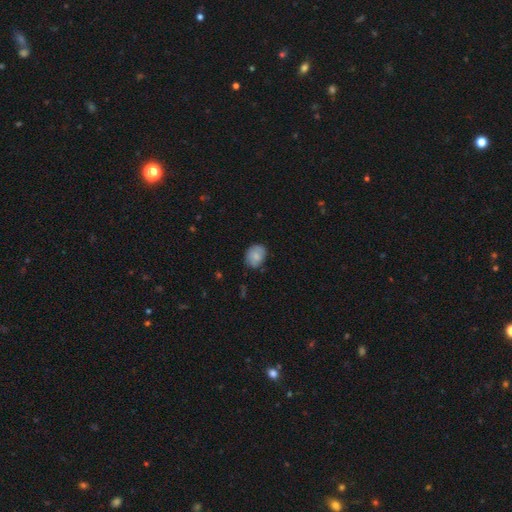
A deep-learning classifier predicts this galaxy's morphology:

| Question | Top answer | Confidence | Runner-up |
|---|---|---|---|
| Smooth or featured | smooth | 77% | featured or disk (16%) |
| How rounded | in between | 51% | round (48%) |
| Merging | none | 72% | minor disturbance (23%) |